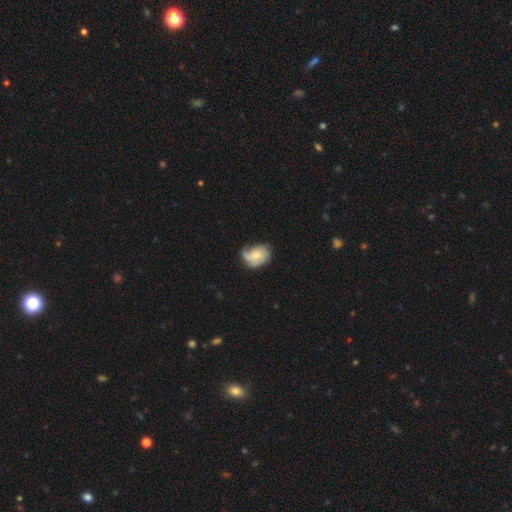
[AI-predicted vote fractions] Smooth or featured? smooth (52%)
How rounded? in between (67%)
Merging? none (42%)